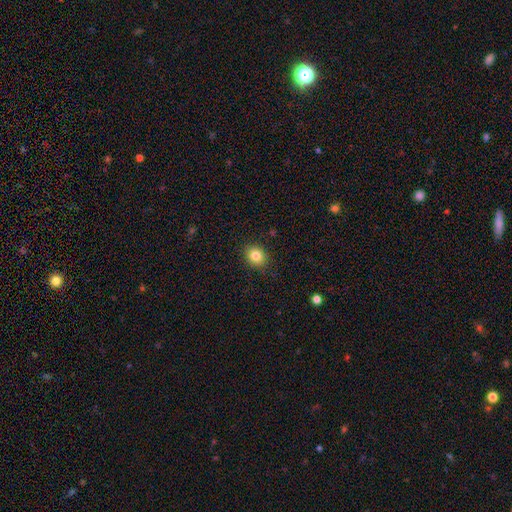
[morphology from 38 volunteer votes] Q: Smooth or featured?
A: smooth (84%); runner-up: featured or disk (8%)
Q: How rounded?
A: in between (56%); runner-up: round (44%)
Q: Merging?
A: none (83%); runner-up: minor disturbance (6%)